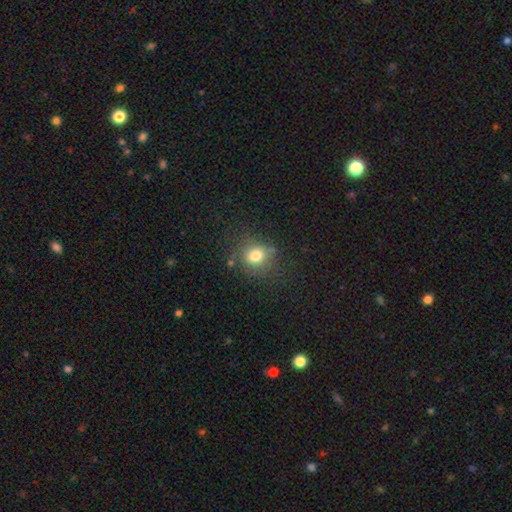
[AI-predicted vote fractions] Smooth or featured? smooth (77%)
How rounded? round (77%)
Merging? none (71%)